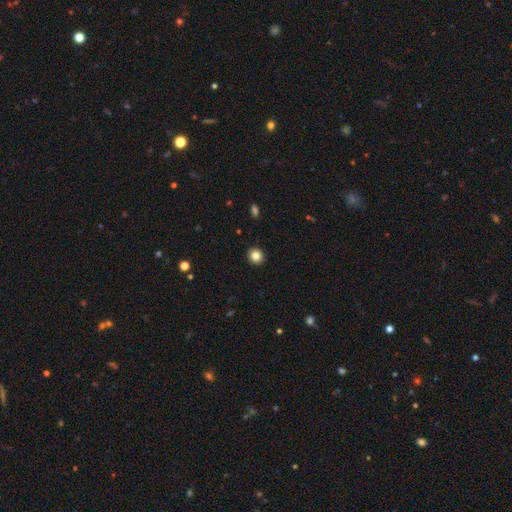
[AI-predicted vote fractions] This is clearly a smooth galaxy (83%). How rounded: likely round (78%). Merging: clearly none (92%).